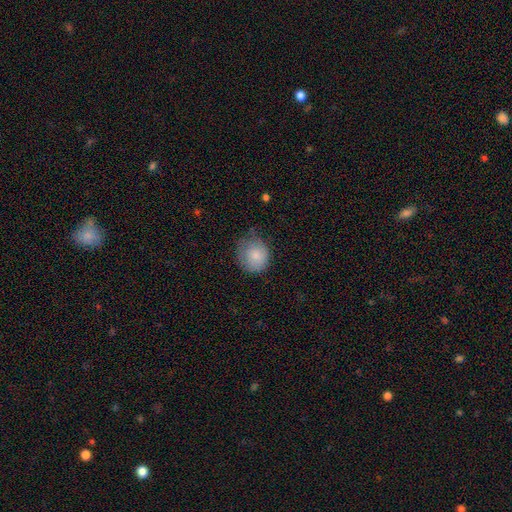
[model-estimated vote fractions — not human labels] smooth_or_featured: smooth (p=0.81) [alt: featured or disk p=0.12]
how_rounded: round (p=0.79) [alt: in between p=0.20]
merging: none (p=0.52) [alt: minor disturbance p=0.36]